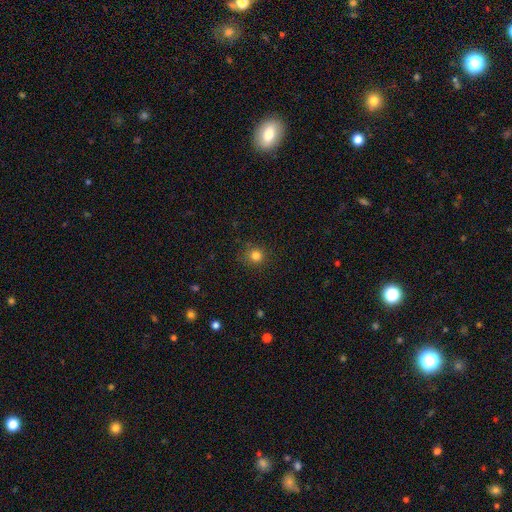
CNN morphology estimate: This appears to be a smooth galaxy with no disk features (81%) that is round (92%). Merging: none (87%).